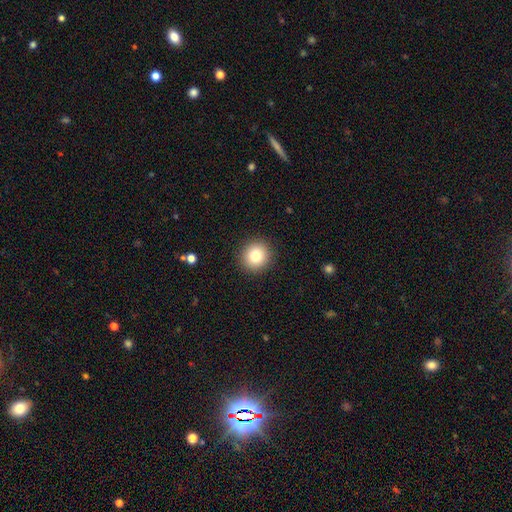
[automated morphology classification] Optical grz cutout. It shows a smooth galaxy with no disk features (80%) that is round (91%). Merging: none (91%).